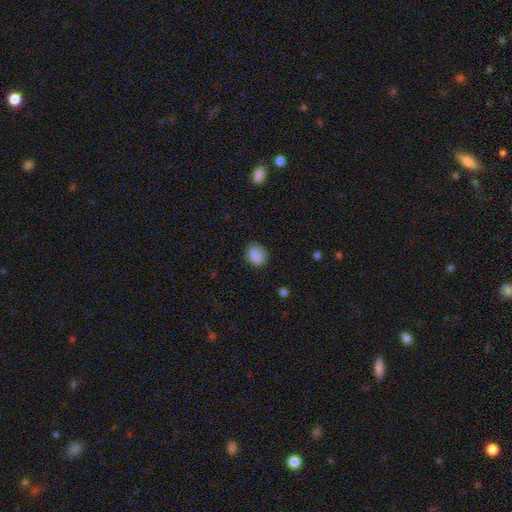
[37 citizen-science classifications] smooth 95%, star or artifact 5%, featured or disk 0%. Down the decision tree: how rounded — round (60%); merging — none (86%).